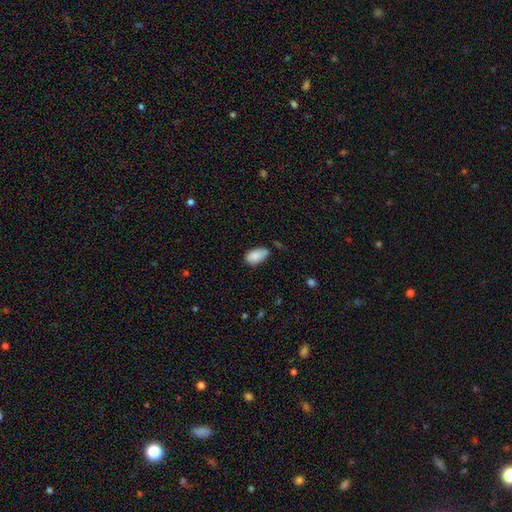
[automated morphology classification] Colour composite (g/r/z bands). It shows a smooth galaxy with no disk features (87%) that is in between round and cigar-shaped (94%). Merging: none (58%).